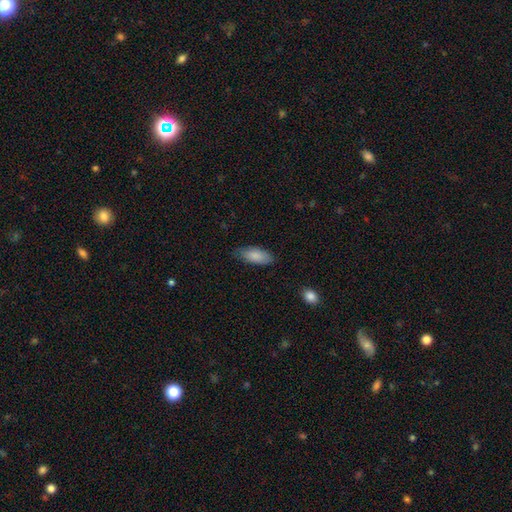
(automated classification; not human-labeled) A smooth galaxy with no disk features (85%) that is in between round and cigar-shaped (85%). Merging: none (76%).